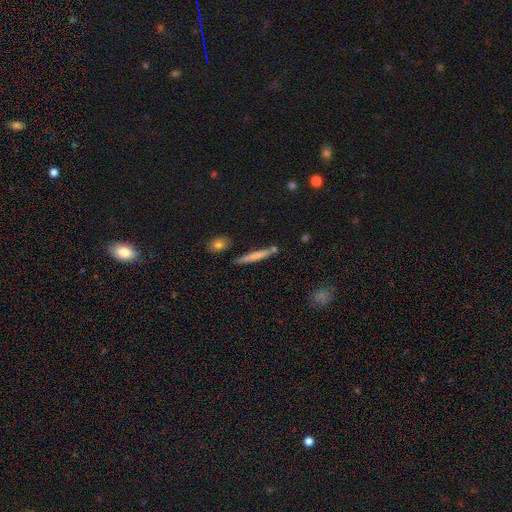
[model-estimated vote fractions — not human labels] Overall: smooth (69%). How rounded: cigar-shaped (94%). Merging: none (81%).